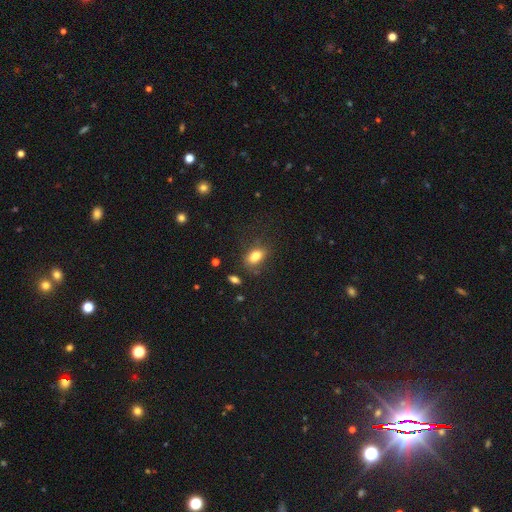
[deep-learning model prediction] A smooth galaxy with no disk features (80%) that is in between round and cigar-shaped (85%). Merging: none (72%).